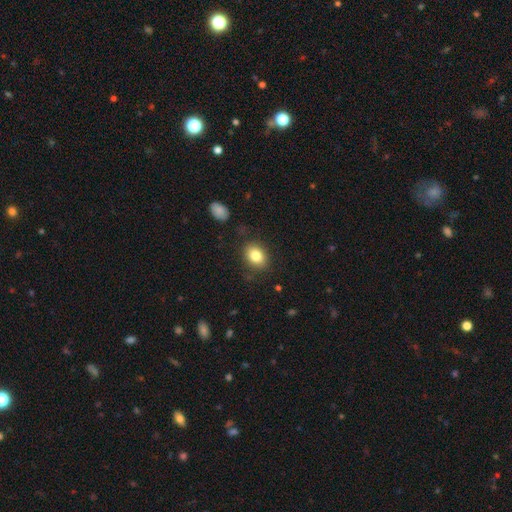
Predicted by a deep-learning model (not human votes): Smooth or featured? smooth (83%)
How rounded? in between (68%)
Merging? none (83%)